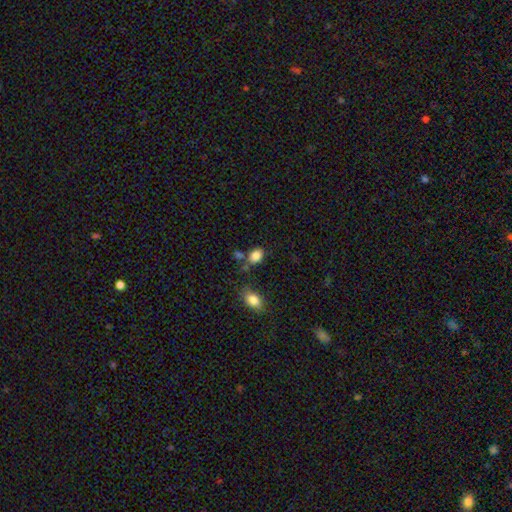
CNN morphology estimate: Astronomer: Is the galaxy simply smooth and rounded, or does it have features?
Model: smooth — 85%.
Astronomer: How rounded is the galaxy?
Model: in between — 78%.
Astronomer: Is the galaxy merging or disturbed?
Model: none — 64%.